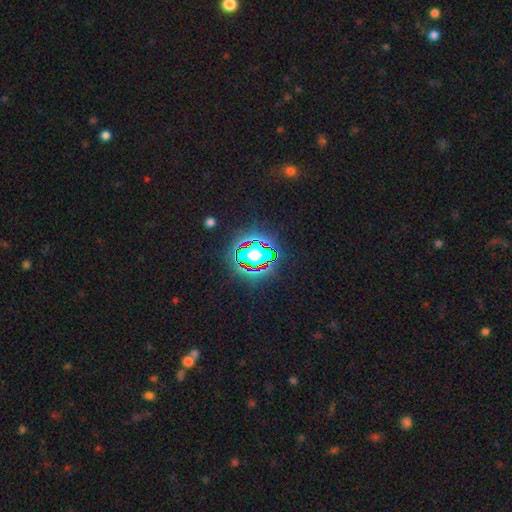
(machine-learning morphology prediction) smooth_or_featured: star or artifact (p=0.68) [alt: smooth p=0.19]